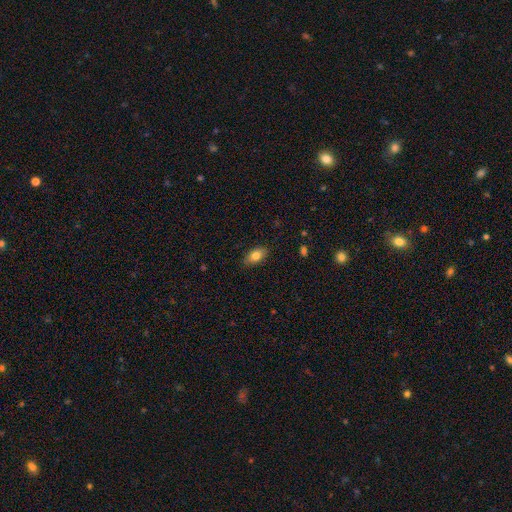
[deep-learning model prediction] This is clearly a smooth galaxy (81%). How rounded: clearly in between (89%). Merging: clearly none (85%).